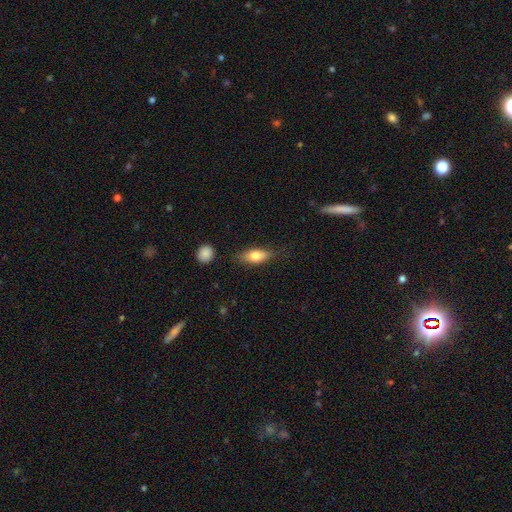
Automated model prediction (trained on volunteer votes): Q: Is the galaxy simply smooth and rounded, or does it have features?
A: smooth — 73%.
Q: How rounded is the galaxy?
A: in between — 76%.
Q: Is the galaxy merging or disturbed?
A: none — 74%.